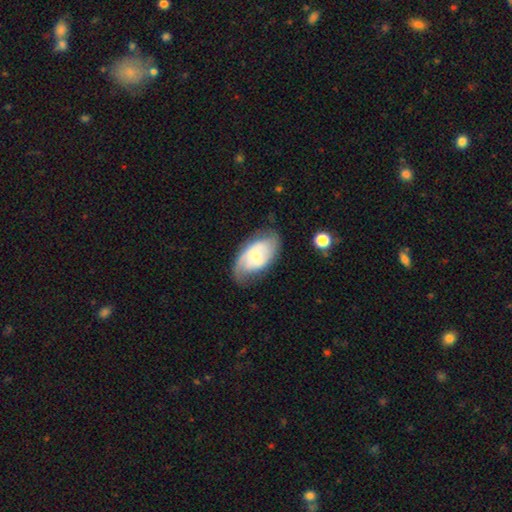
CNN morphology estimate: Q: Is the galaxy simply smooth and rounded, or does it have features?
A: featured or disk — 65%.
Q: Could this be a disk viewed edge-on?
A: no — 95%.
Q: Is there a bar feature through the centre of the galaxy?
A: no — 51%.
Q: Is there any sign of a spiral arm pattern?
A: yes — 88%.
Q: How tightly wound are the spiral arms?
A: medium — 43%.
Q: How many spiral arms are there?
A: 2 — 64%.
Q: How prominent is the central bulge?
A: small — 54%.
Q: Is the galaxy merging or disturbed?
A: none — 64%.